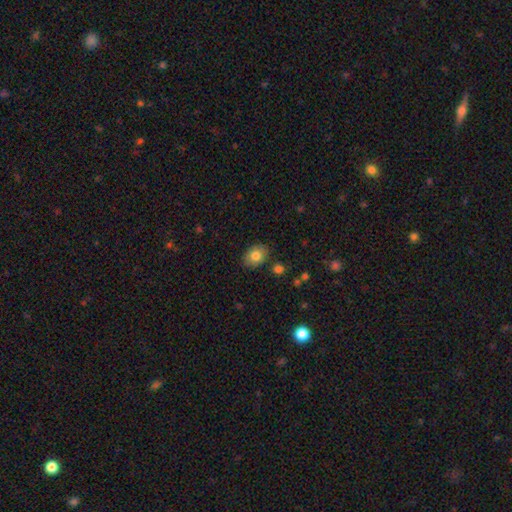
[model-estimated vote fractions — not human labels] This appears to be a smooth galaxy with no disk features (81%) that is in between round and cigar-shaped (74%). Merging: none (85%).